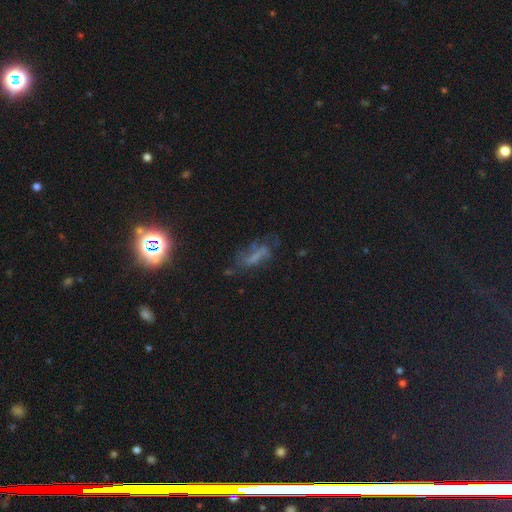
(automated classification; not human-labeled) Q: Smooth or featured?
A: featured or disk (41%); runner-up: smooth (35%)
Q: Merging?
A: none (42%); runner-up: major disturbance (27%)